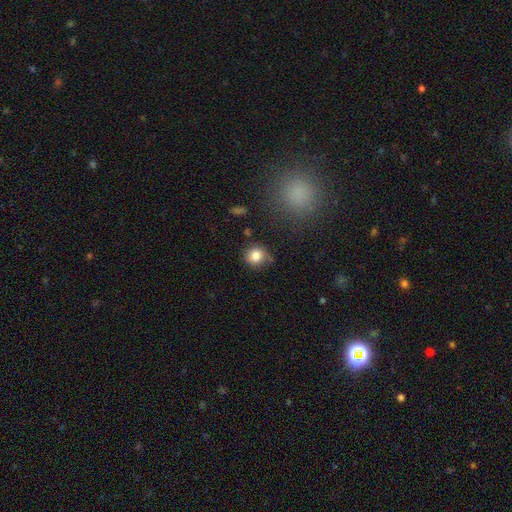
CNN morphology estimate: A smooth galaxy with no disk features (82%) that is round (87%). Merging: none (74%).